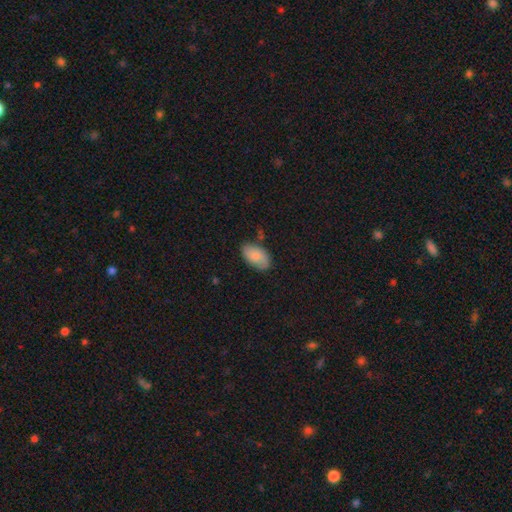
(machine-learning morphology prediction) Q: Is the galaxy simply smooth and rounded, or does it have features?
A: smooth — 79%.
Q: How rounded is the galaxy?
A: in between — 94%.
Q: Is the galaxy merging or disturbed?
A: none — 77%.